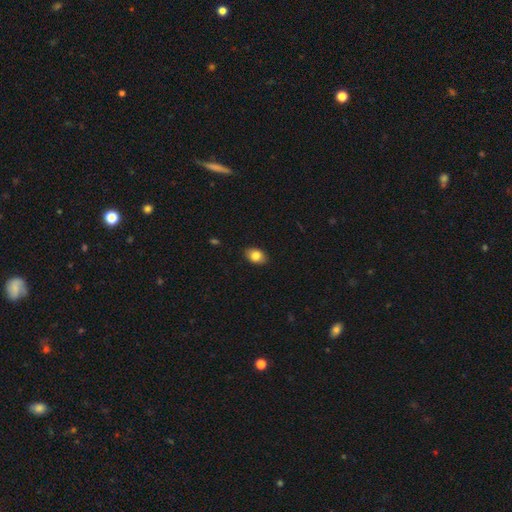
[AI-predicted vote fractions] Q: Smooth or featured?
A: smooth (82%); runner-up: featured or disk (10%)
Q: How rounded?
A: in between (80%); runner-up: round (19%)
Q: Merging?
A: none (87%); runner-up: minor disturbance (11%)